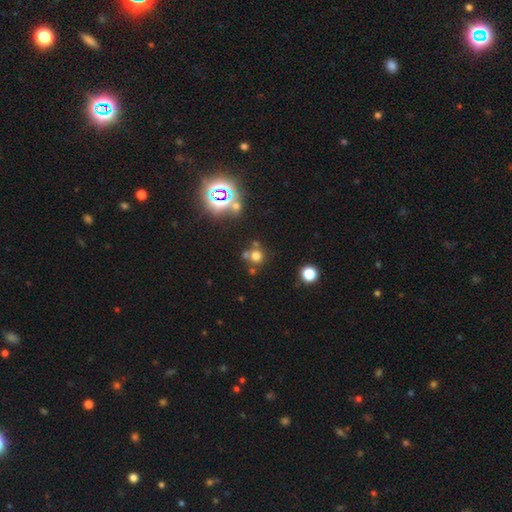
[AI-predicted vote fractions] smooth_or_featured: smooth (p=0.65) [alt: star or artifact p=0.26]
how_rounded: round (p=0.91) [alt: in between p=0.08]
merging: none (p=0.64) [alt: merger p=0.22]